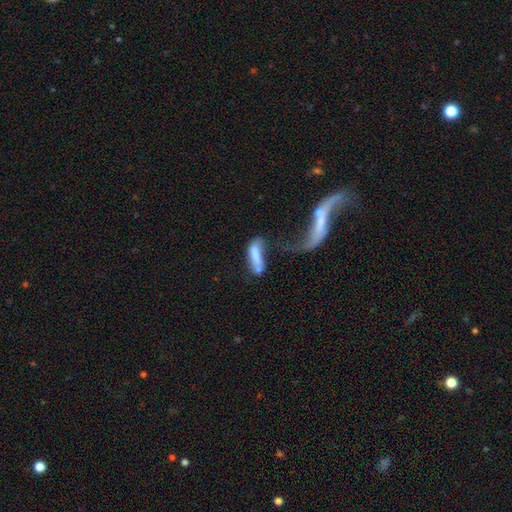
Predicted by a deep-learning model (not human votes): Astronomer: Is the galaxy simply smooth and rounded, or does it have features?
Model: smooth — 68%.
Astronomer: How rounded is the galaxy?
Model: in between — 49% (runner-up: cigar-shaped, 48%).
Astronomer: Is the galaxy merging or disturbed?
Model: merger — 37% (runner-up: major disturbance, 31%).